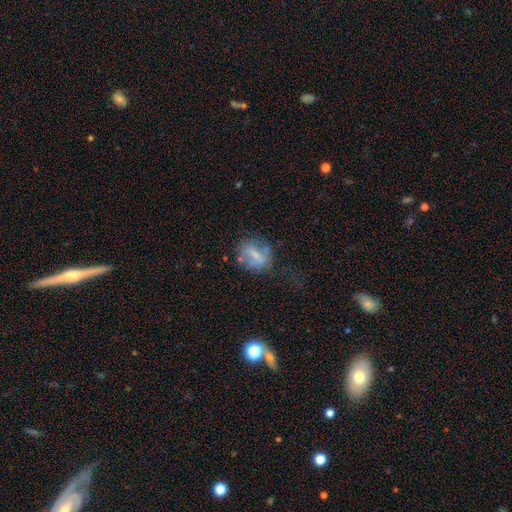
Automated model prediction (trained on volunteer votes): The model was most divided on "how rounded": round: 51%, in between: 45%, cigar-shaped: 3%. Remaining: smooth or featured — smooth (52%); merging — none (47%).